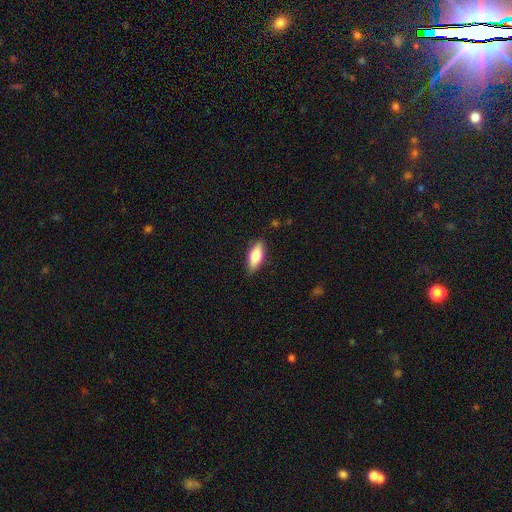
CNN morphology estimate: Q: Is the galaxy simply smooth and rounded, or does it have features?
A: smooth — 72%.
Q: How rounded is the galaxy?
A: in between — 74%.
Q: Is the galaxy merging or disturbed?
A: none — 86%.